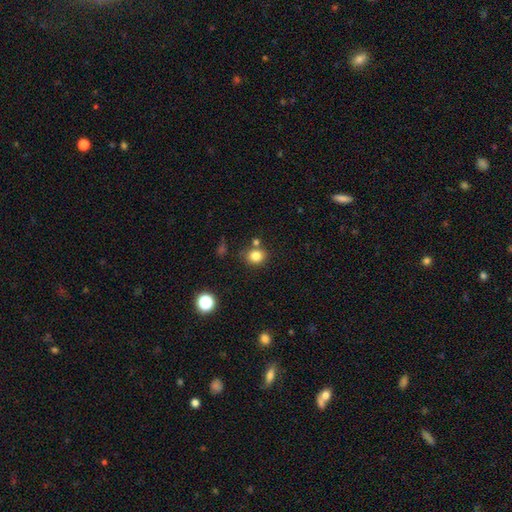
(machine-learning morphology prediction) The model was most divided on "how rounded": round: 78%, in between: 21%, cigar-shaped: 1%. More confident: smooth or featured — smooth (82%); merging — none (74%).